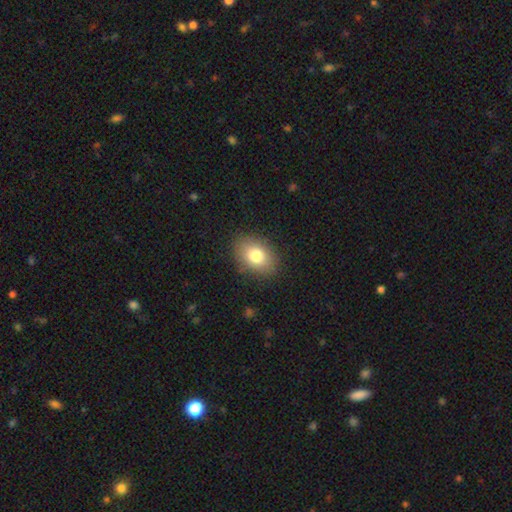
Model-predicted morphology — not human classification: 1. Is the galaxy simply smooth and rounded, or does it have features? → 80% smooth, 11% featured or disk, 9% star or artifact.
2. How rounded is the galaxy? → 79% in between, 20% round, 1% cigar-shaped.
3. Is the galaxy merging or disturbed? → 86% none, 10% minor disturbance, 3% major disturbance, 1% merger.